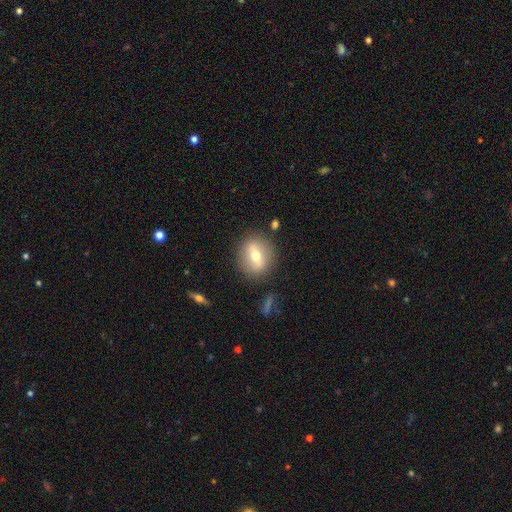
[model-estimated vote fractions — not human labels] A smooth galaxy with no disk features (51%) that is round (64%).

Vote fractions:
- Smooth or featured? smooth: 51% / featured or disk: 40% / star or artifact: 9%
- How rounded? round: 64% / in between: 32% / cigar-shaped: 4%
- Merging? none: 85% / minor disturbance: 10% / major disturbance: 3% / merger: 3%